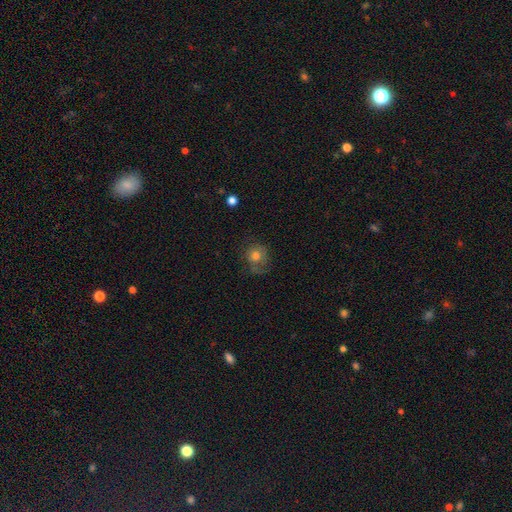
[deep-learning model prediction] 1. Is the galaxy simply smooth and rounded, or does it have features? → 65% smooth, 24% featured or disk, 11% star or artifact.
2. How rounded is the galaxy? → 80% round, 19% in between, 1% cigar-shaped.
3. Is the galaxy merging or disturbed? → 57% none, 23% minor disturbance, 17% major disturbance, 2% merger.